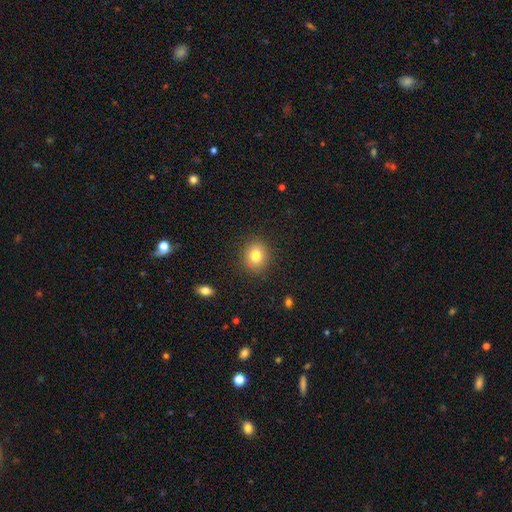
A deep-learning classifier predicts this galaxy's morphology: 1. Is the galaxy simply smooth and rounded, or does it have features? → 80% smooth, 11% star or artifact, 9% featured or disk.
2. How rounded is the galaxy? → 75% round, 24% in between, 1% cigar-shaped.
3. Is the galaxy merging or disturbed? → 88% none, 8% minor disturbance, 3% major disturbance, 1% merger.